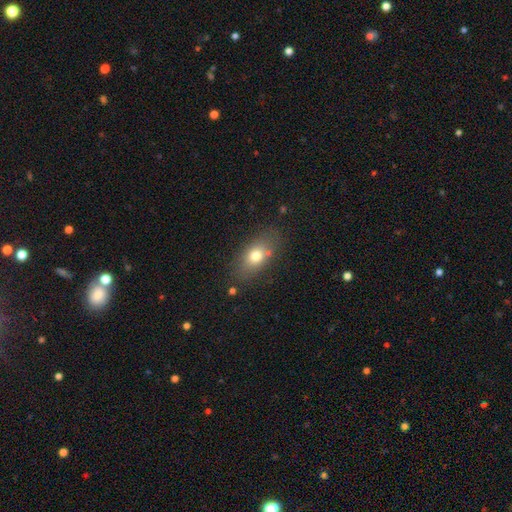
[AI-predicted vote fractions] Overall: smooth (73%). How rounded: in between (78%). Merging: none (75%).